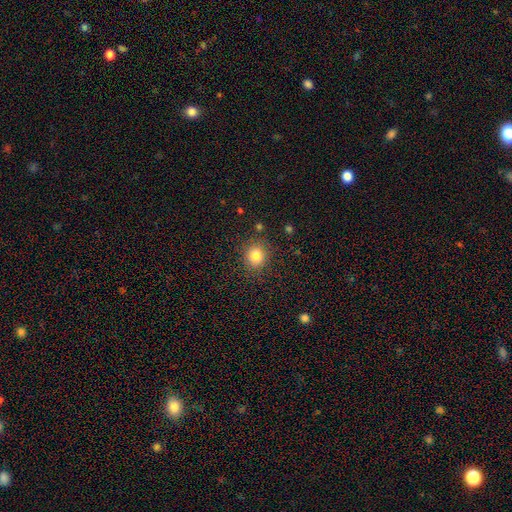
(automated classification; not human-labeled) A smooth galaxy with no disk features (83%) that is round (77%).

Vote fractions:
- Smooth or featured? smooth: 83% / star or artifact: 11% / featured or disk: 6%
- How rounded? round: 77% / in between: 22% / cigar-shaped: 1%
- Merging? none: 86% / minor disturbance: 9% / major disturbance: 3% / merger: 2%